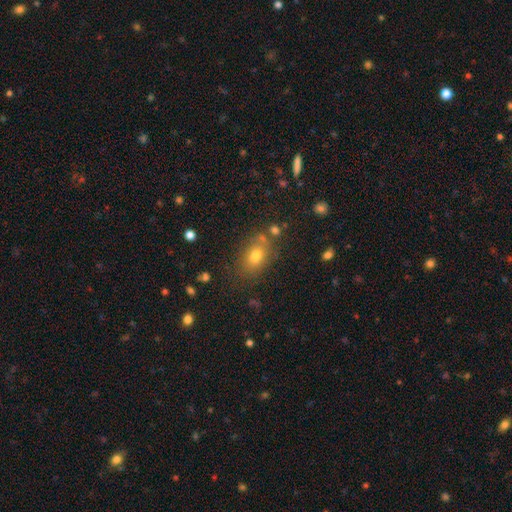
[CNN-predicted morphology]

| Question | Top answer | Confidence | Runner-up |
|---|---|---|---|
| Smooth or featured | smooth | 73% | star or artifact (15%) |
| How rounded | in between | 74% | round (24%) |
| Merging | none | 72% | minor disturbance (15%) |